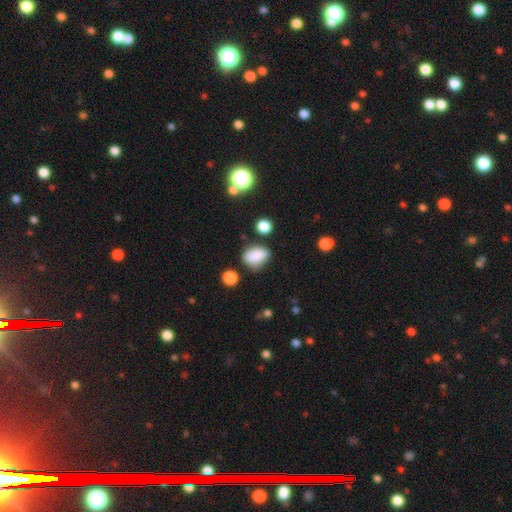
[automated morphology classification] A smooth galaxy with no disk features (82%) that is in between round and cigar-shaped (76%). Merging: none (63%).